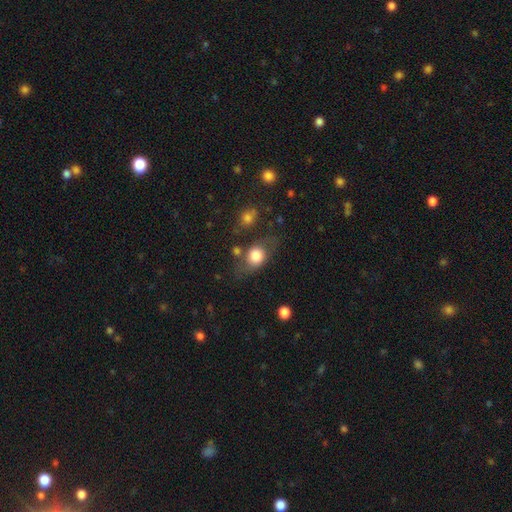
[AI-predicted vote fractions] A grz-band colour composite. It shows a smooth galaxy with no disk features (74%) that is in between round and cigar-shaped (53%). Merging: none (61%).